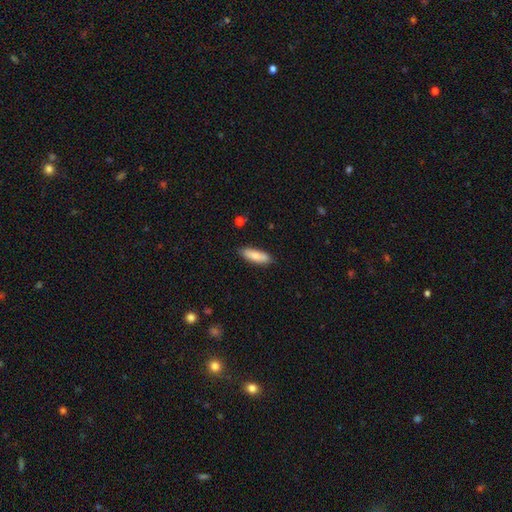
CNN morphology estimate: Smooth or featured?
  - smooth: 82% *
  - featured or disk: 12%
  - star or artifact: 6%
How rounded?
  - in between: 53% *
  - cigar-shaped: 45%
  - round: 2%
Merging?
  - none: 83% *
  - minor disturbance: 13%
  - major disturbance: 2%
  - merger: 2%